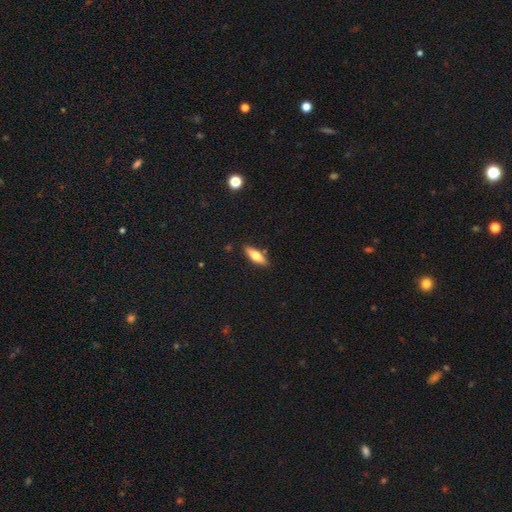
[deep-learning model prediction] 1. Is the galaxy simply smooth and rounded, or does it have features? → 59% smooth, 35% featured or disk, 6% star or artifact.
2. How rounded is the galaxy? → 53% in between, 45% cigar-shaped, 2% round.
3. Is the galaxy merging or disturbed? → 86% none, 10% minor disturbance, 2% merger, 2% major disturbance.